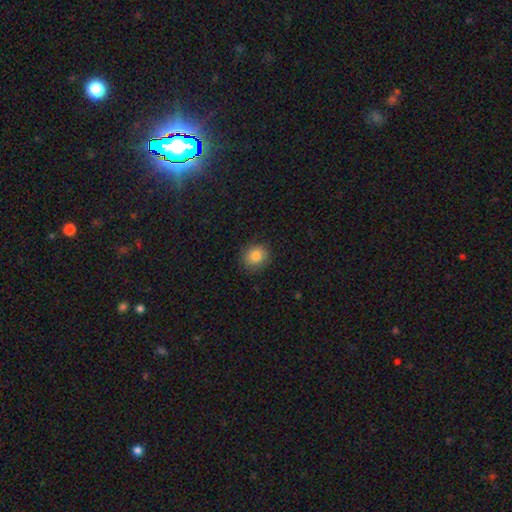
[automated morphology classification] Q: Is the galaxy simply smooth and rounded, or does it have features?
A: smooth — 85%.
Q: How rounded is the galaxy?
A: round — 79%.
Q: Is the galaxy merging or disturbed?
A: none — 87%.